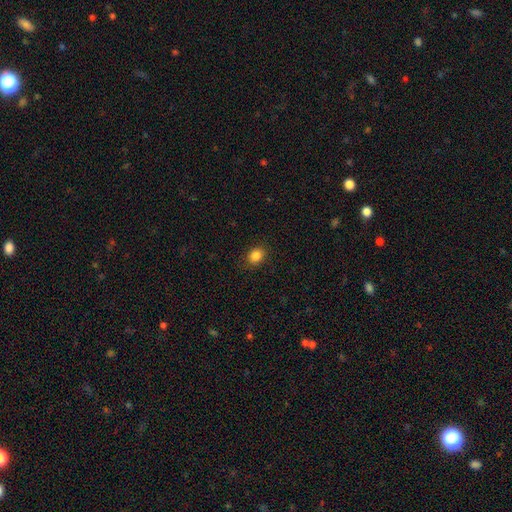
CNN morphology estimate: Overall: smooth (85%). How rounded: round (54%; in between 45%). Merging: none (88%).